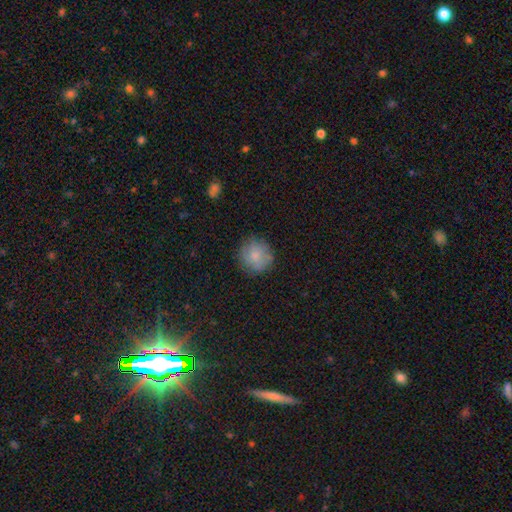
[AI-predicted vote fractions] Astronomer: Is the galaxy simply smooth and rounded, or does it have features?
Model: smooth — 80%.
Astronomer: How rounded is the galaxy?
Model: round — 93%.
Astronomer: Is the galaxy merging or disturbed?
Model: none — 82%.